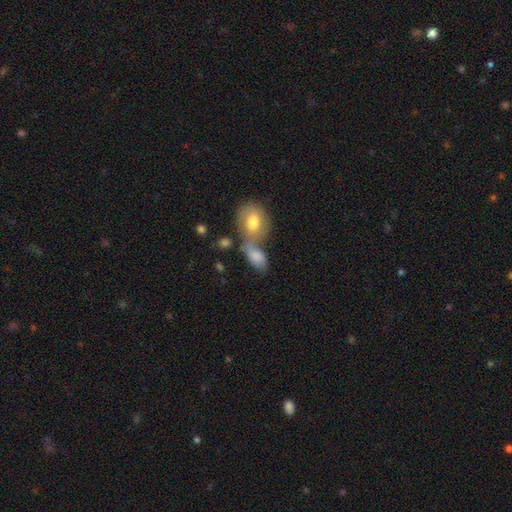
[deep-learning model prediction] Overall: smooth (77%). How rounded: in between (87%). Merging: merger (62%).